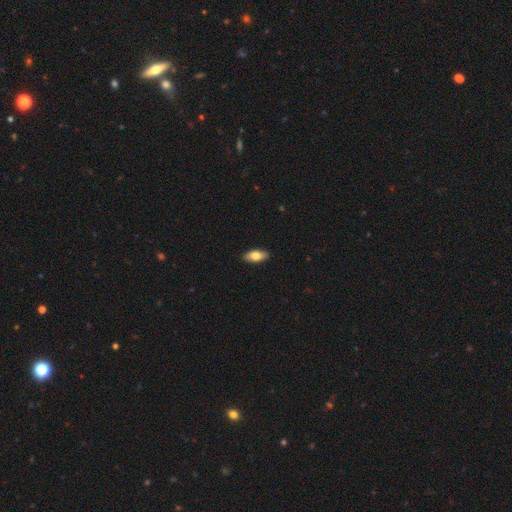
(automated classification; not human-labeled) Overall: smooth (77%). How rounded: in between (89%). Merging: none (90%).